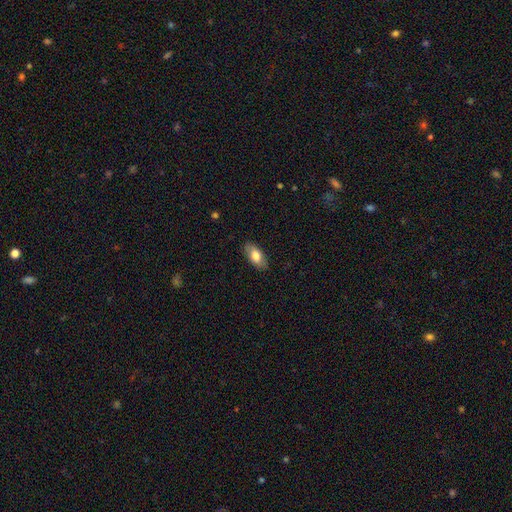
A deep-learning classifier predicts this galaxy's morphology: A smooth galaxy with no disk features (77%) that is in between round and cigar-shaped (91%). Merging: none (85%).